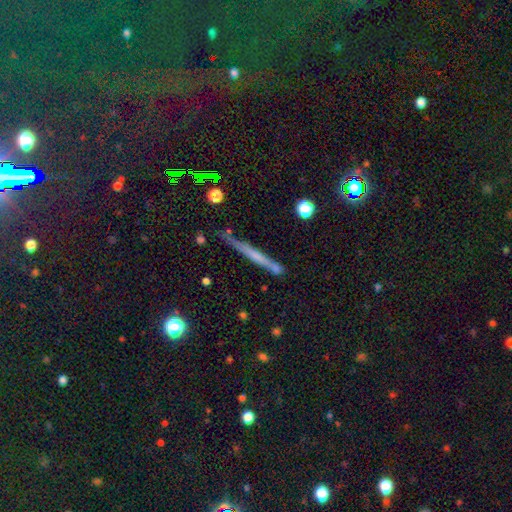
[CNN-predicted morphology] Smooth or featured? Predicted: smooth (p=0.46). Merging? Predicted: none (p=0.71).